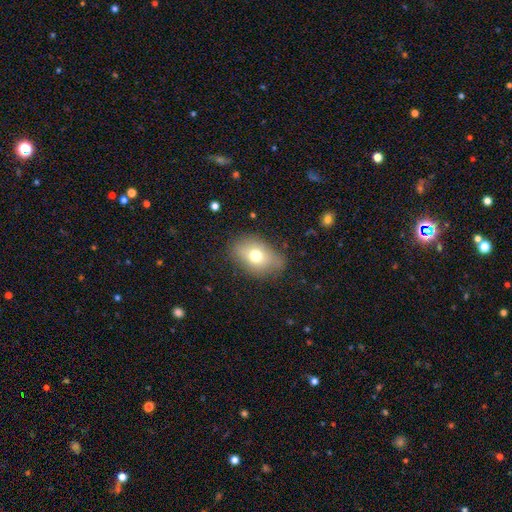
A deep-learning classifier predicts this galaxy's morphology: smooth 71%, featured or disk 19%, star or artifact 10%. Down the decision tree: how rounded — in between (81%); merging — none (72%).